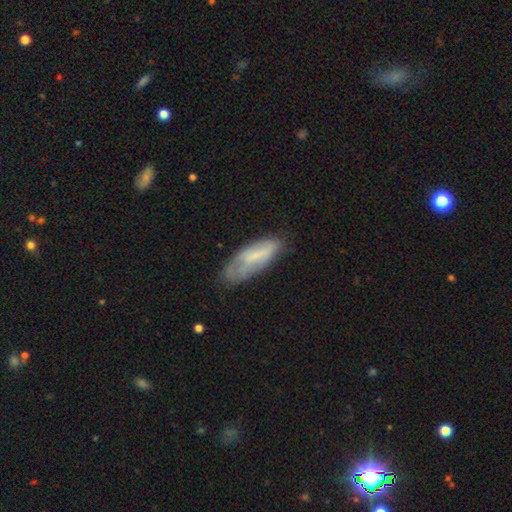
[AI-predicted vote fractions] smooth-or-featured: smooth: 60% | featured or disk: 33% | star or artifact: 7%
  how-rounded: in between: 64% | cigar-shaped: 34% | round: 2%
  merging: none: 58% | minor disturbance: 30% | major disturbance: 10% | merger: 2%